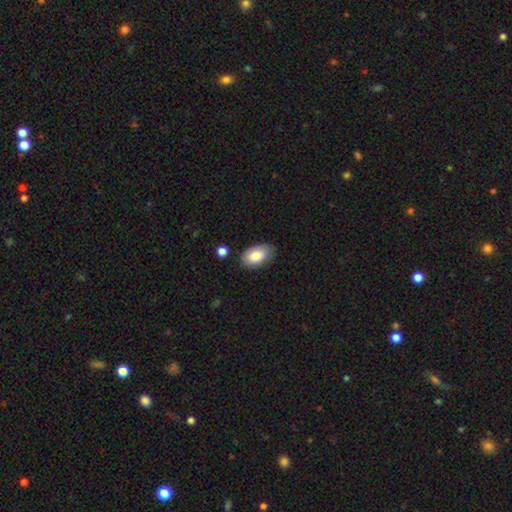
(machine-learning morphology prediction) The model was most divided on "merging": none: 80%, minor disturbance: 15%, major disturbance: 3%, merger: 2%. More confident: how rounded — in between (94%); smooth or featured — smooth (84%).